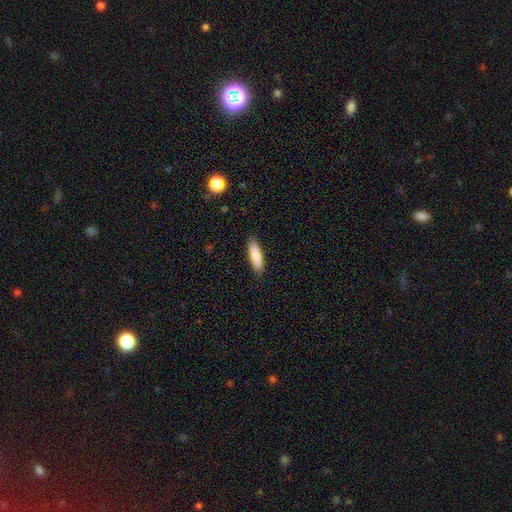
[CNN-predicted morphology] Smooth or featured: smooth — 84% (featured or disk — 10%)
How rounded: cigar-shaped — 62% (in between — 37%)
Merging: none — 87% (minor disturbance — 10%)